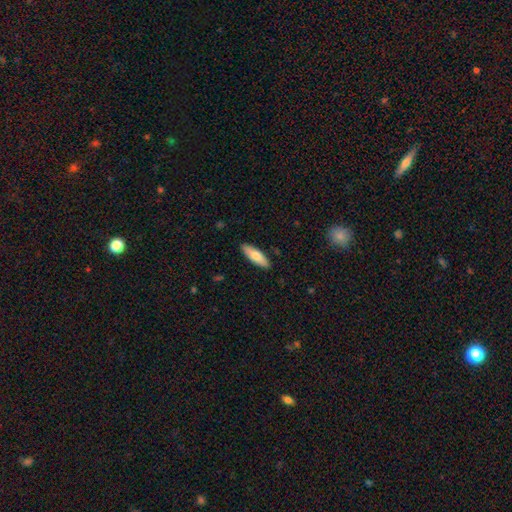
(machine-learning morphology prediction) smooth-or-featured: smooth: 72% | featured or disk: 22% | star or artifact: 6%
  how-rounded: in between: 55% | cigar-shaped: 43% | round: 2%
  merging: none: 89% | minor disturbance: 8% | major disturbance: 2% | merger: 1%